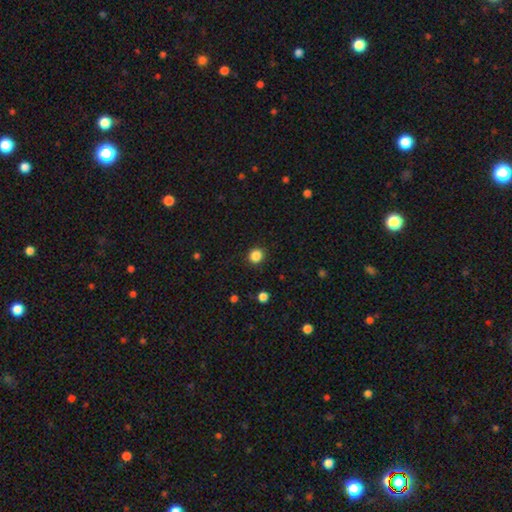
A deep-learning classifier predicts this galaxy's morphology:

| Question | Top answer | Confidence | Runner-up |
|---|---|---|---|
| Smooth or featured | smooth | 86% | star or artifact (11%) |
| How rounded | round | 86% | in between (13%) |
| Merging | none | 91% | minor disturbance (6%) |